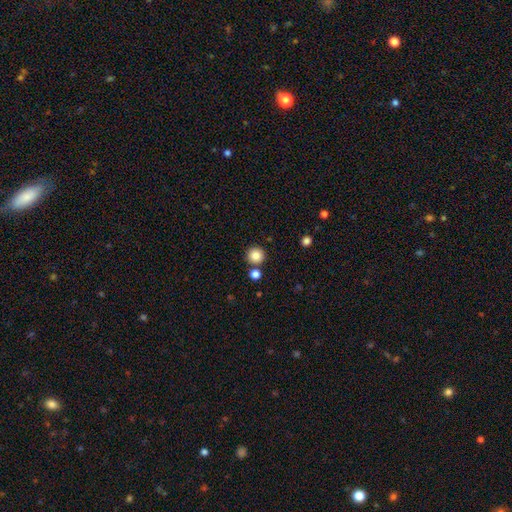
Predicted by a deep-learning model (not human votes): The model was most divided on "merging": none: 81%, merger: 11%, minor disturbance: 6%, major disturbance: 2%. More confident: how rounded — round (95%); smooth or featured — smooth (85%).